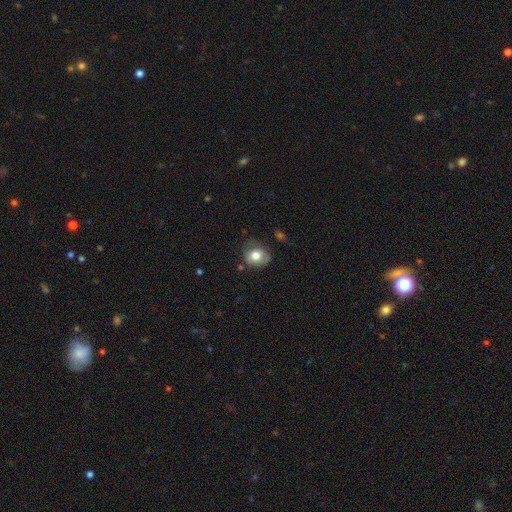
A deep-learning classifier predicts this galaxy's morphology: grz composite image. It shows a smooth galaxy with no disk features (73%) that is round (64%). Merging: none (58%).